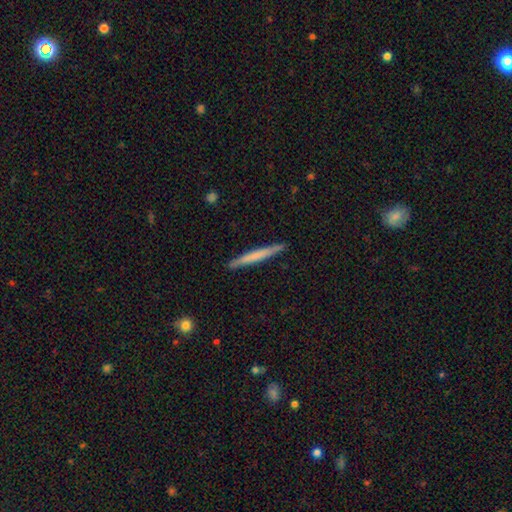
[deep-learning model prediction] Smooth or featured? Predicted: smooth (p=0.59). How rounded? Predicted: cigar-shaped (p=0.97). Merging? Predicted: none (p=0.91).